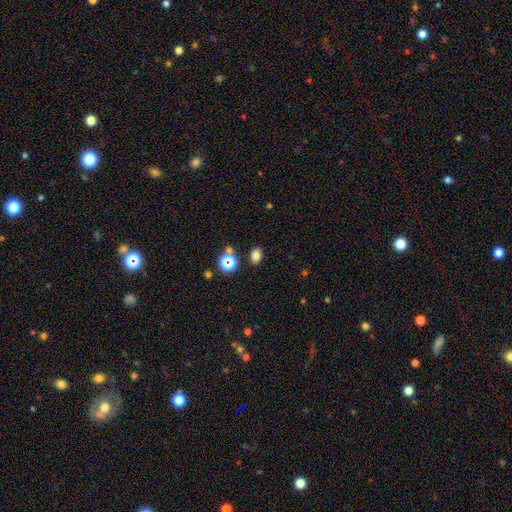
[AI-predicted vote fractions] smooth_or_featured: smooth (p=0.77) [alt: star or artifact p=0.17]
how_rounded: in between (p=0.71) [alt: round p=0.28]
merging: none (p=0.84) [alt: minor disturbance p=0.09]